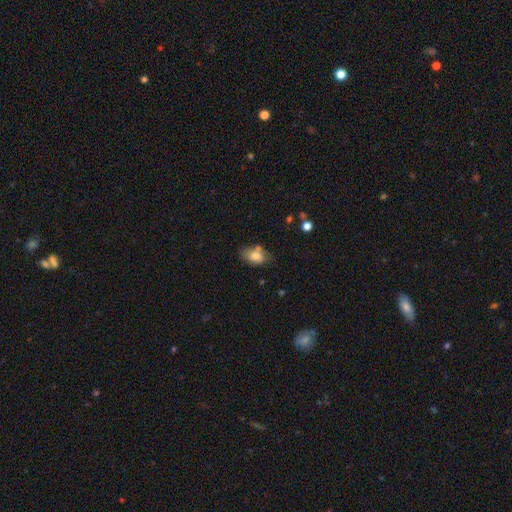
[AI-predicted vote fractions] Smooth or featured: smooth — 80% (featured or disk — 12%)
How rounded: in between — 87% (round — 11%)
Merging: none — 60% (minor disturbance — 22%)